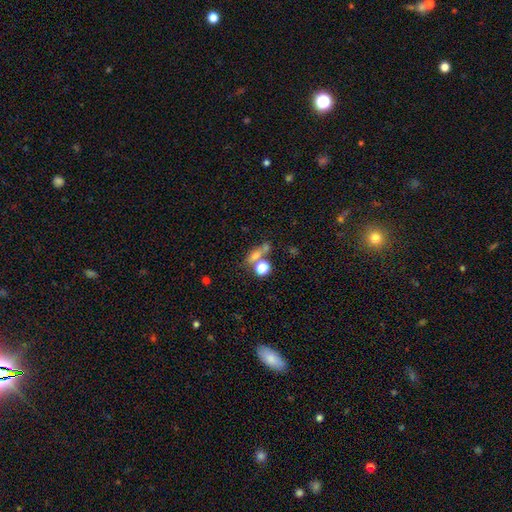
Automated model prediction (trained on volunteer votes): smooth 58%, star or artifact 24%, featured or disk 18%. Down the decision tree: how rounded — in between (41%); merging — none (51%).